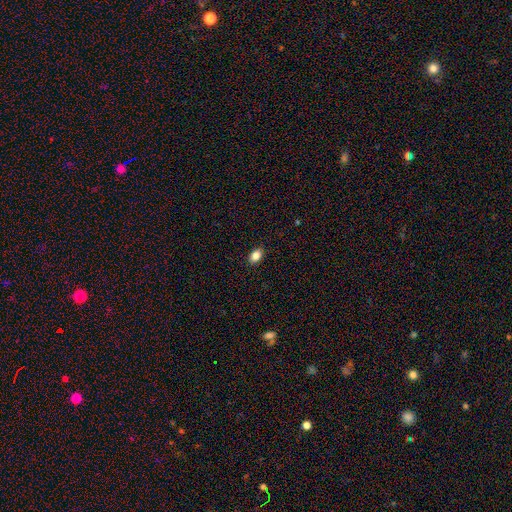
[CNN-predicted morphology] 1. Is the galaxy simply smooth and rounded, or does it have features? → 85% smooth, 10% star or artifact, 6% featured or disk.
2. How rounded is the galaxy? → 80% in between, 19% round, 1% cigar-shaped.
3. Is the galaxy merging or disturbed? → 89% none, 9% minor disturbance, 2% major disturbance, 1% merger.